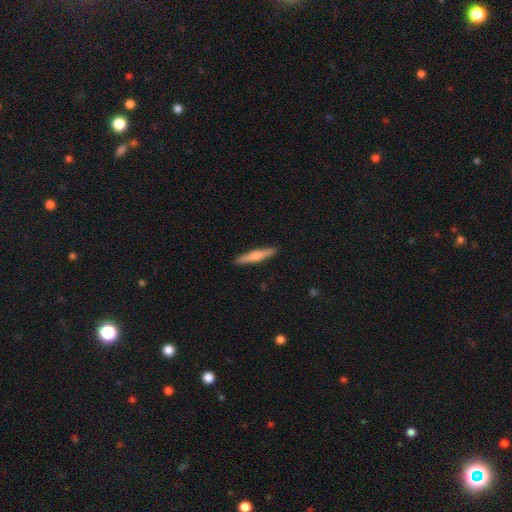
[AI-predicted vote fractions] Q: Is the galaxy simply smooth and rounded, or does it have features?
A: smooth — 62%.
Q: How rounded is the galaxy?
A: cigar-shaped — 91%.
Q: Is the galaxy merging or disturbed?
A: none — 91%.